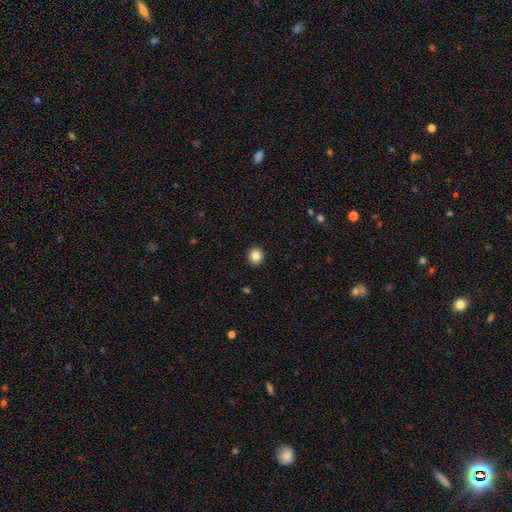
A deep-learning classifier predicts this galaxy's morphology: Smooth or featured?
  - smooth: 84% *
  - star or artifact: 10%
  - featured or disk: 6%
How rounded?
  - round: 79% *
  - in between: 20%
  - cigar-shaped: 1%
Merging?
  - none: 92% *
  - minor disturbance: 5%
  - major disturbance: 2%
  - merger: 1%